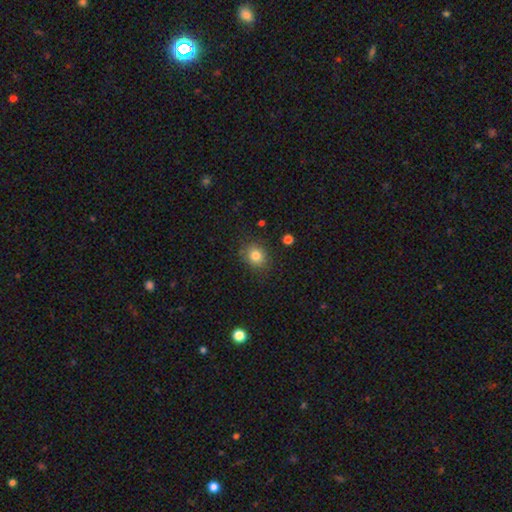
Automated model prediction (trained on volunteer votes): The model was most divided on "how rounded": round: 65%, in between: 34%, cigar-shaped: 1%. More confident: merging — none (83%); smooth or featured — smooth (81%).